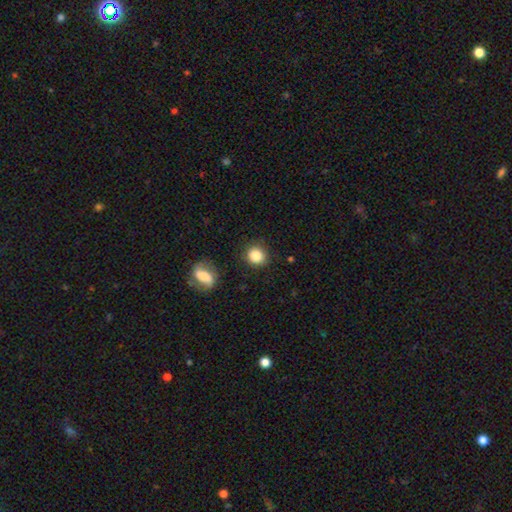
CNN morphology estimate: Smooth or featured: smooth — 86% (star or artifact — 8%)
How rounded: round — 83% (in between — 16%)
Merging: none — 83% (minor disturbance — 11%)